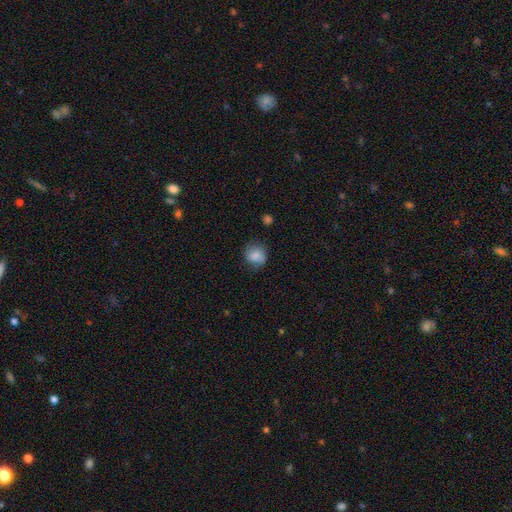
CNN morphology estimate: smooth 80%, featured or disk 11%, star or artifact 8%. Down the decision tree: how rounded — round (79%); merging — none (69%).